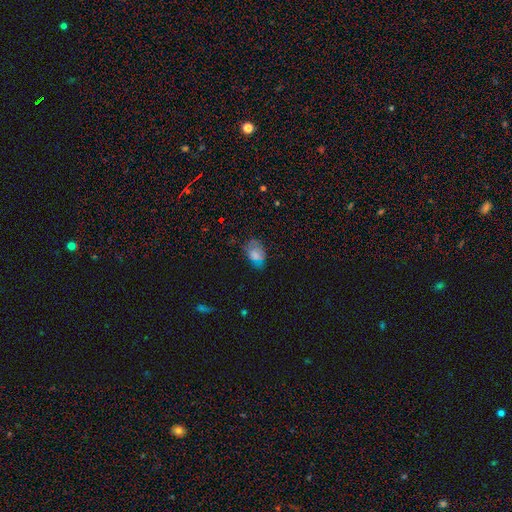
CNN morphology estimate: The model was most divided on "merging": none: 61%, minor disturbance: 25%, major disturbance: 11%, merger: 3%. More confident: how rounded — in between (87%); smooth or featured — smooth (69%).